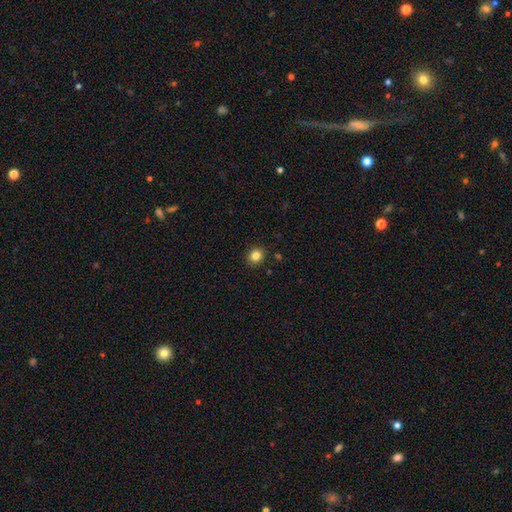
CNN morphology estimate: Q: Smooth or featured?
A: smooth (84%); runner-up: star or artifact (11%)
Q: How rounded?
A: round (77%); runner-up: in between (22%)
Q: Merging?
A: none (90%); runner-up: minor disturbance (6%)